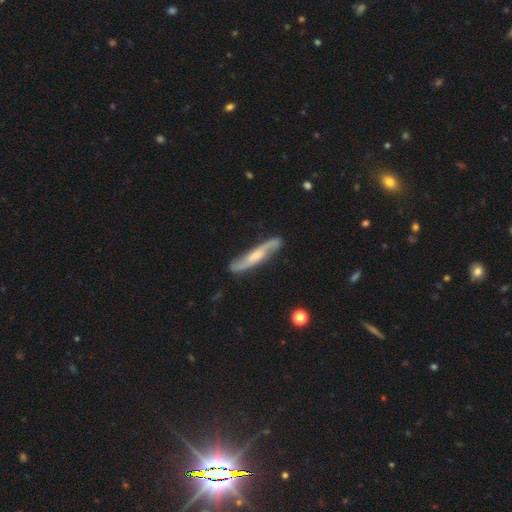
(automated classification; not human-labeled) The model was most divided on "edge-on disk": no: 64%, yes: 36%. More confident: merging — none (81%); smooth or featured — featured or disk (75%).